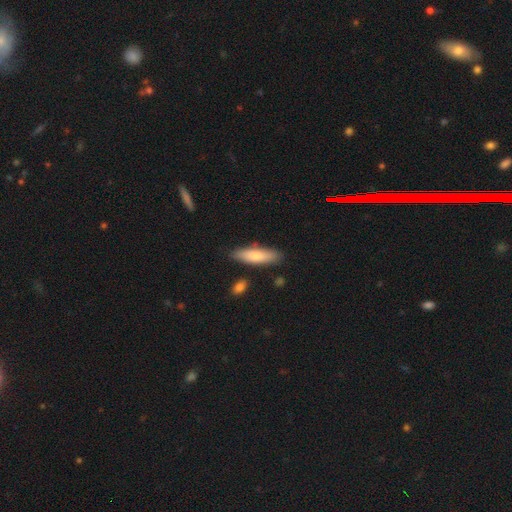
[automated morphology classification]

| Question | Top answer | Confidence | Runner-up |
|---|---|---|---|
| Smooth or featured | smooth | 75% | featured or disk (19%) |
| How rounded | cigar-shaped | 59% | in between (39%) |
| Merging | none | 82% | minor disturbance (12%) |